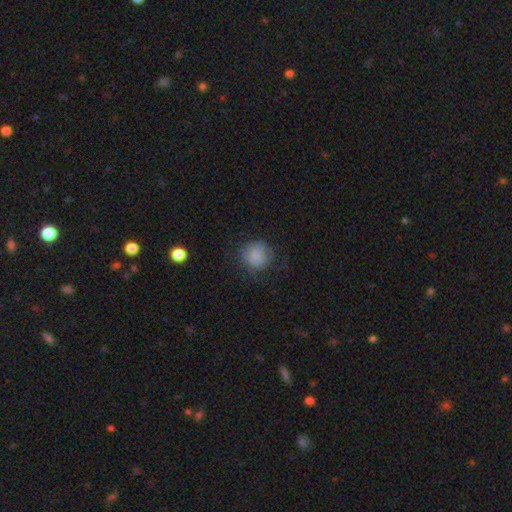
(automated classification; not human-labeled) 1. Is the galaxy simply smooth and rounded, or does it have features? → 82% smooth, 9% star or artifact, 9% featured or disk.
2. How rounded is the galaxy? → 87% round, 12% in between, 1% cigar-shaped.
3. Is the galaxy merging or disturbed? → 68% none, 20% minor disturbance, 12% major disturbance, 1% merger.